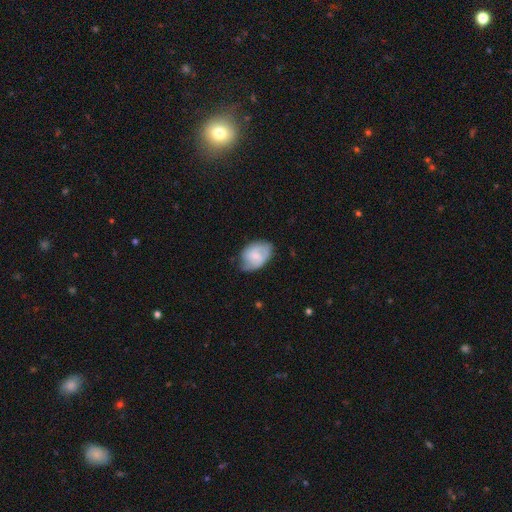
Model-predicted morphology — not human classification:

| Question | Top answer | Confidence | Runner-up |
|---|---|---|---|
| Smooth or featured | smooth | 54% | featured or disk (39%) |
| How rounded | in between | 80% | round (19%) |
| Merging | none | 58% | minor disturbance (32%) |